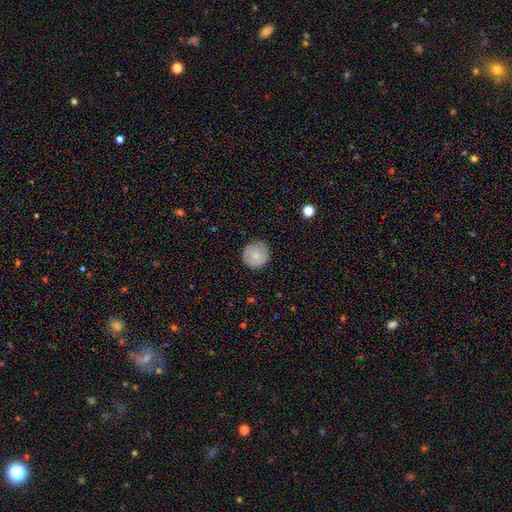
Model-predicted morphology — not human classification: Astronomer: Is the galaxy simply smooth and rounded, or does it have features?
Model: smooth — 77%.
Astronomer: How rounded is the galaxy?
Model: round — 95%.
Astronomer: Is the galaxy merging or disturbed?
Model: none — 88%.